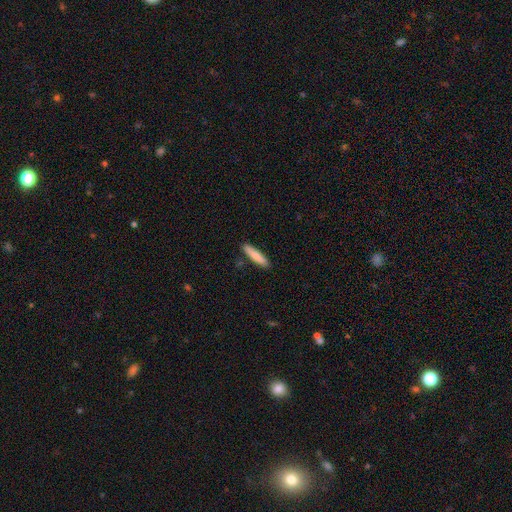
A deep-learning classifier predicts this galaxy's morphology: Smooth or featured? smooth (80%)
How rounded? cigar-shaped (87%)
Merging? none (87%)